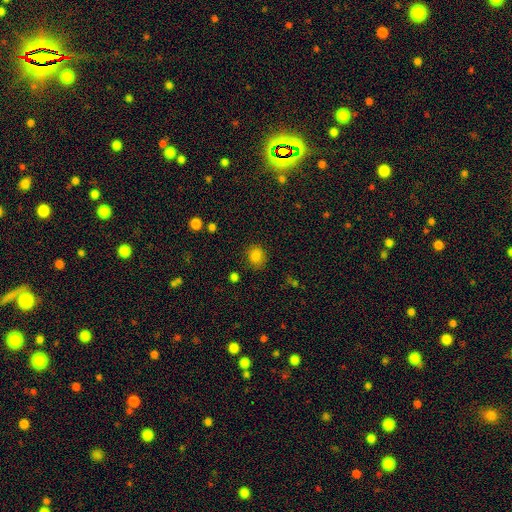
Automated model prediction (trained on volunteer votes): smooth_or_featured: smooth (p=0.83) [alt: star or artifact p=0.12]
how_rounded: round (p=0.74) [alt: in between p=0.25]
merging: none (p=0.84) [alt: minor disturbance p=0.11]